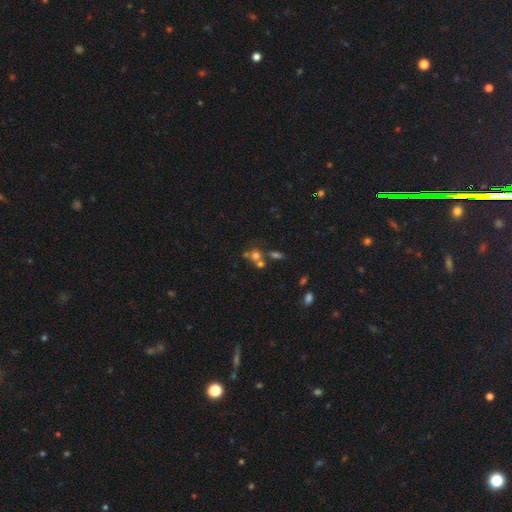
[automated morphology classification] type=smooth (59%); roundness=round (75%); merging=merger (43%, tied with none).